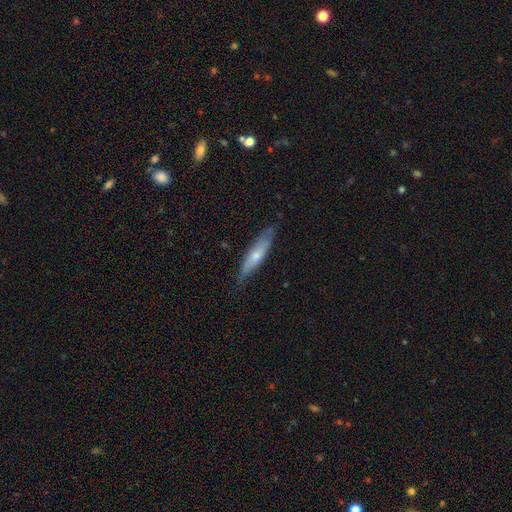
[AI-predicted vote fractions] smooth-or-featured: smooth: 52% | featured or disk: 42% | star or artifact: 6%
  how-rounded: cigar-shaped: 80% | in between: 19% | round: 2%
  merging: none: 78% | minor disturbance: 18% | major disturbance: 3% | merger: 1%